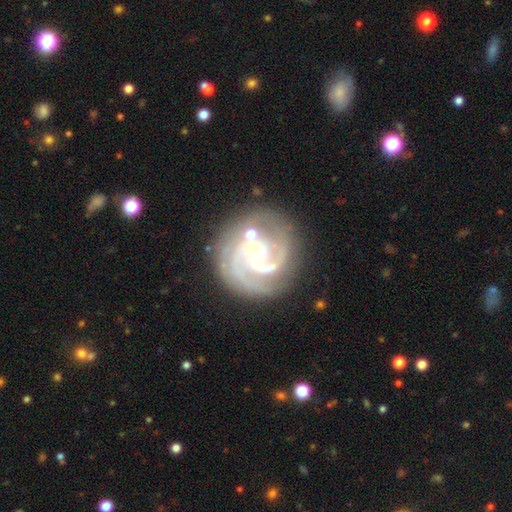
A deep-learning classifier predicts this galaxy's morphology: This is clearly a featured or disk galaxy (87%). It is clearly not viewed edge-on (98%). Bar: likely no (60%). Spiral arm pattern: clearly yes (97%). Spiral arm count: marginally 2 (39%). Spiral winding: possibly tight (50%). Central bulge: likely small (67%). Merging: likely none (71%).